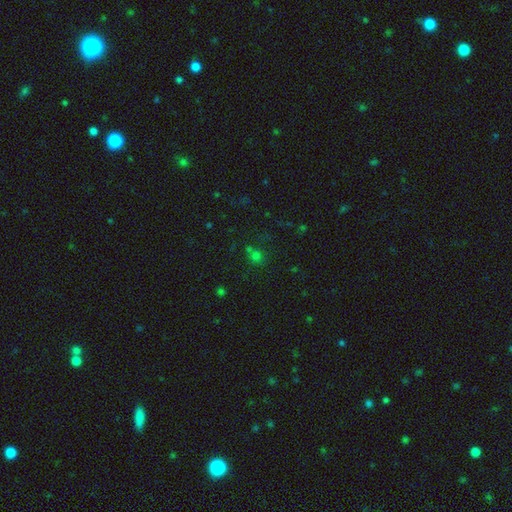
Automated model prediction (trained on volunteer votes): Morphology: type=smooth (58%); roundness=round (82%); merging=none (61%).